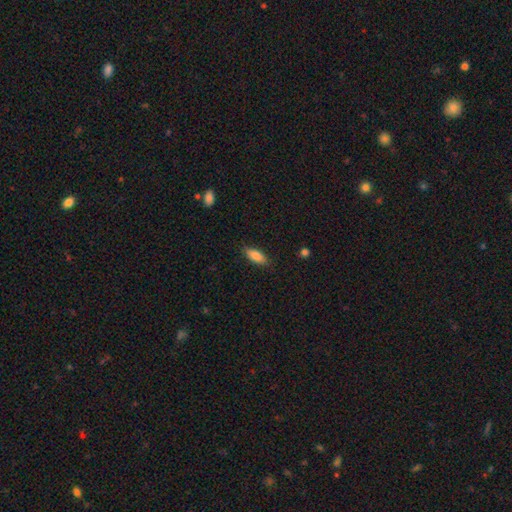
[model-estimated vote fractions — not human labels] Smooth or featured?
  - smooth: 85% *
  - featured or disk: 9%
  - star or artifact: 7%
How rounded?
  - in between: 80% *
  - cigar-shaped: 18%
  - round: 2%
Merging?
  - none: 84% *
  - minor disturbance: 13%
  - major disturbance: 3%
  - merger: 1%